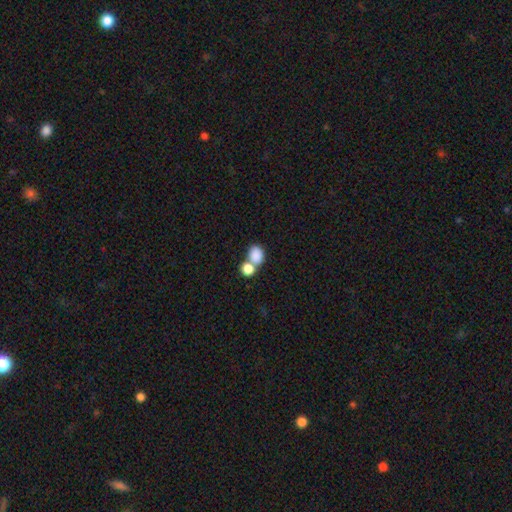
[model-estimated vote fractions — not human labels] Morphology: type=smooth (84%); roundness=in between (55%); merging=merger (50%).